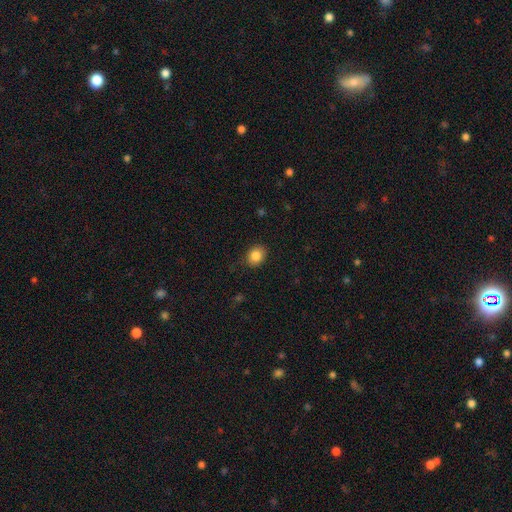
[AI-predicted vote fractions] smooth_or_featured: smooth (p=0.85) [alt: star or artifact p=0.09]
how_rounded: round (p=0.52) [alt: in between p=0.48]
merging: none (p=0.85) [alt: minor disturbance p=0.11]